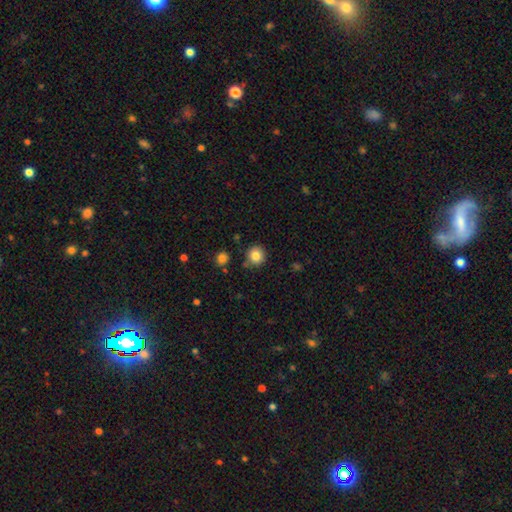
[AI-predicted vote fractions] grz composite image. It shows a smooth galaxy with no disk features (83%) that is round (92%). Merging: none (86%).